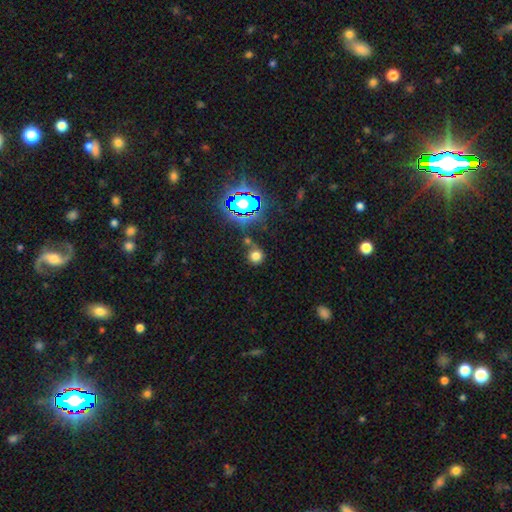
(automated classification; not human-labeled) smooth_or_featured: smooth (p=0.69) [alt: star or artifact p=0.24]
how_rounded: round (p=0.90) [alt: in between p=0.09]
merging: none (p=0.71) [alt: merger p=0.12]